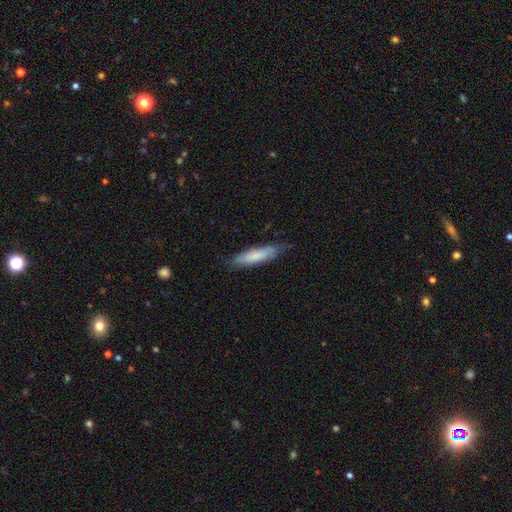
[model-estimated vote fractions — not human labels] Morphology: type=smooth (74%); roundness=cigar-shaped (77%); merging=none (76%).